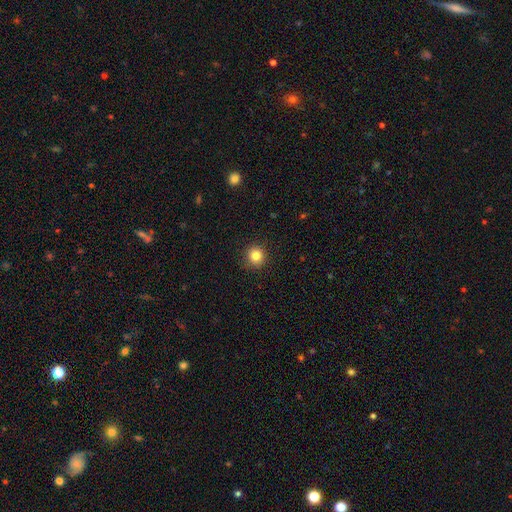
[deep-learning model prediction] The model was most divided on "smooth or featured": smooth: 83%, star or artifact: 11%, featured or disk: 6%. More confident: how rounded — round (93%); merging — none (91%).